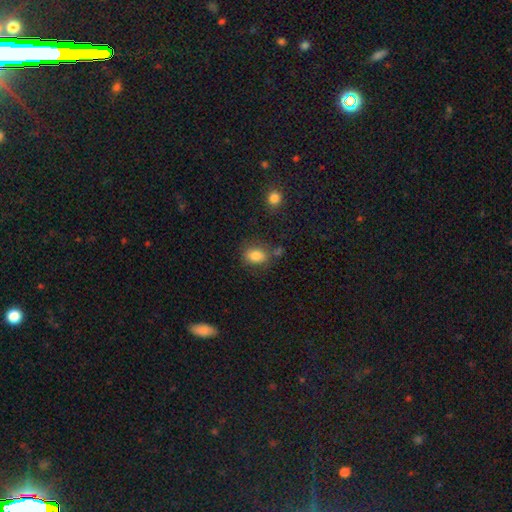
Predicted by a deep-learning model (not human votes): Smooth or featured? Predicted: smooth (p=0.83). How rounded? Predicted: in between (p=0.64). Merging? Predicted: none (p=0.68).